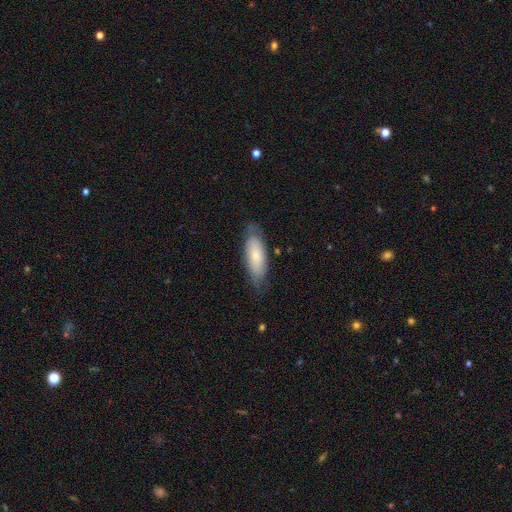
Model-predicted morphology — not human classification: Smooth or featured? Predicted: smooth (p=0.72). How rounded? Predicted: in between (p=0.74). Merging? Predicted: none (p=0.73).